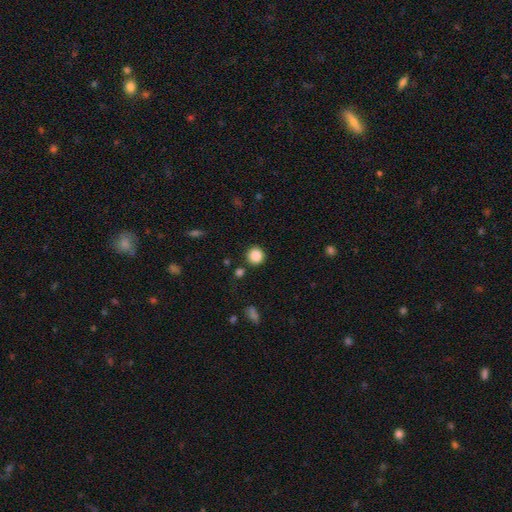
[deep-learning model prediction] smooth-or-featured: smooth: 87% | star or artifact: 10% | featured or disk: 3%
  how-rounded: round: 92% | in between: 7% | cigar-shaped: 1%
  merging: none: 88% | minor disturbance: 7% | merger: 3% | major disturbance: 2%